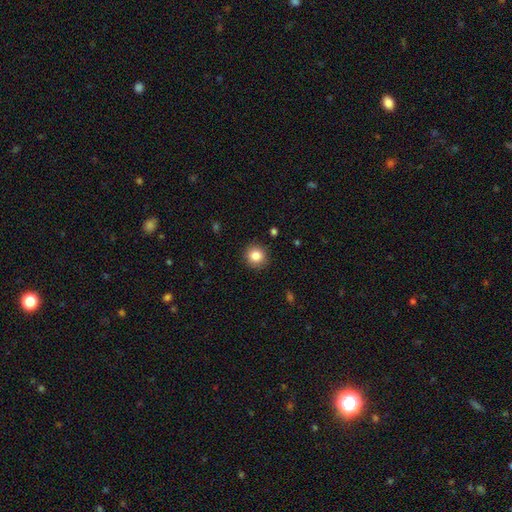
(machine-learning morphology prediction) smooth-or-featured: smooth: 84% | star or artifact: 10% | featured or disk: 6%
  how-rounded: round: 93% | in between: 6% | cigar-shaped: 1%
  merging: none: 90% | minor disturbance: 7% | major disturbance: 2% | merger: 1%